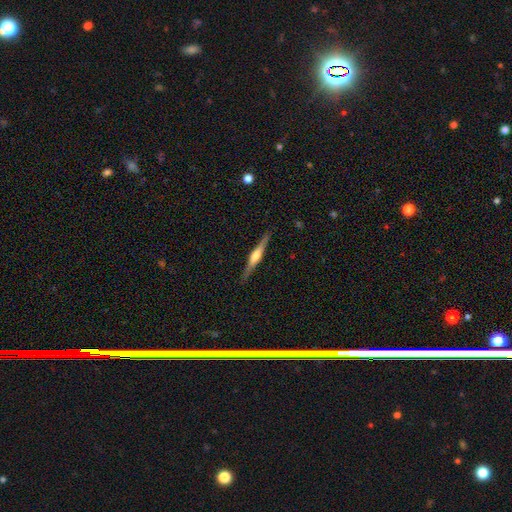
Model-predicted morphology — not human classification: A featured or disk galaxy (72%) viewed edge-on (98%) with a rounded central bulge (74%). Merging: none (89%).